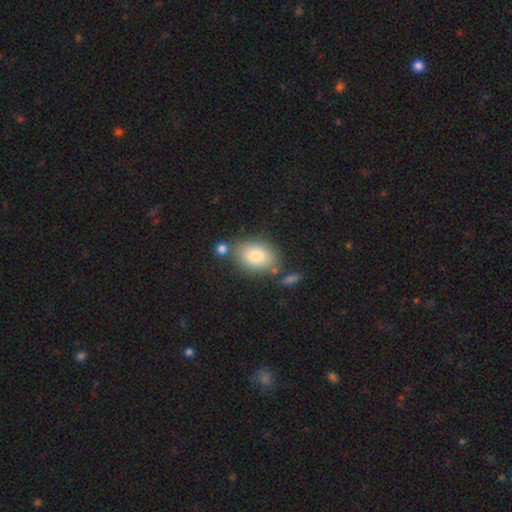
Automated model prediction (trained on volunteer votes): This appears to be a smooth galaxy with no disk features (83%) that is in between round and cigar-shaped (84%). Merging: none (70%).